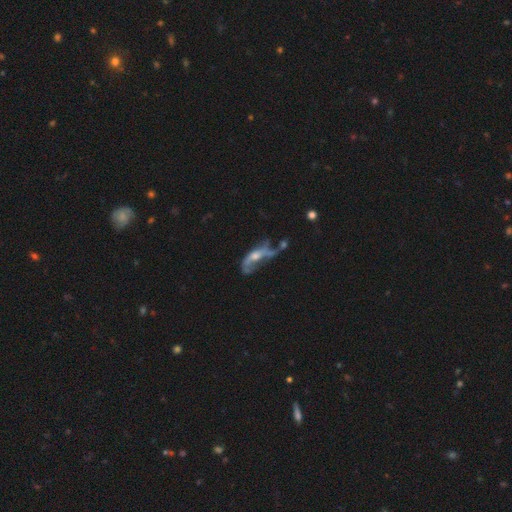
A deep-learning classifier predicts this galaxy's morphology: Overall: featured or disk (63%; smooth 26%). Edge-on disk: no (82%). Bar: no (69%). Spiral arms: no (51%; yes 49%). Bulge size: moderate (49%; small 32%). Merging: major disturbance (39%; merger 24%).